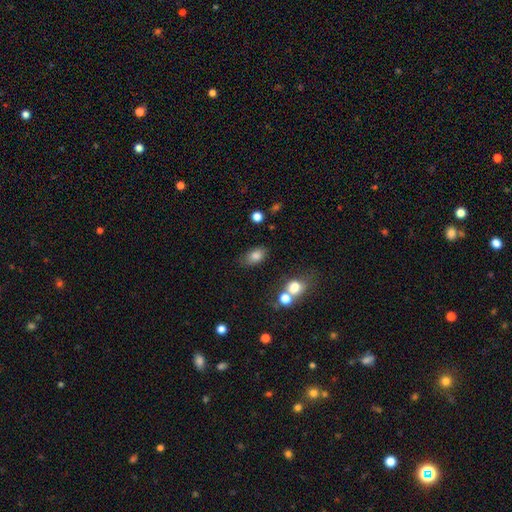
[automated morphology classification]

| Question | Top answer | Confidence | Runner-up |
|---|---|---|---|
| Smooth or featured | smooth | 82% | star or artifact (10%) |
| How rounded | in between | 86% | round (12%) |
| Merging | none | 73% | minor disturbance (17%) |